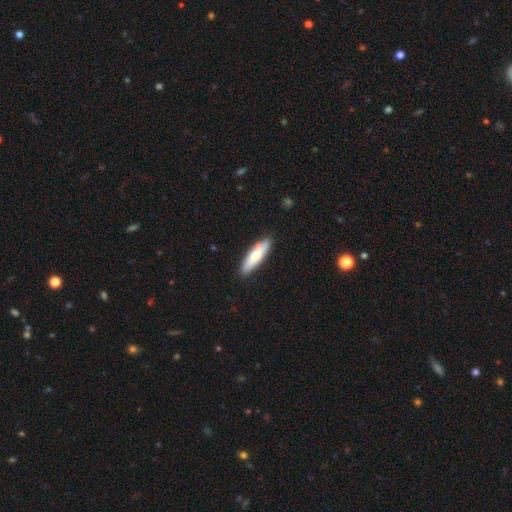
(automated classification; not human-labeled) Morphology: type=smooth (65%); roundness=cigar-shaped (62%); merging=none (87%).